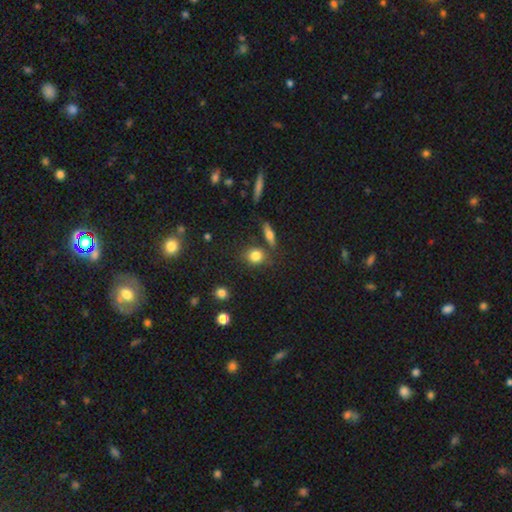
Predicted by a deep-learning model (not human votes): The model was most divided on "how rounded": round: 68%, in between: 29%, cigar-shaped: 3%. More confident: smooth or featured — smooth (80%); merging — none (72%).